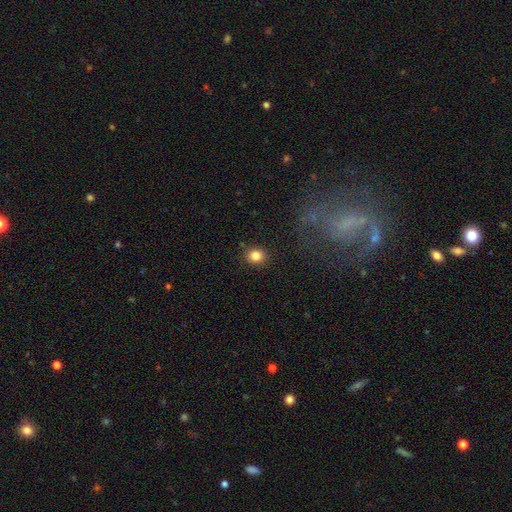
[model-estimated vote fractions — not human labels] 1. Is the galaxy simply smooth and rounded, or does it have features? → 83% smooth, 12% star or artifact, 5% featured or disk.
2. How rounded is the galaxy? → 81% round, 18% in between, 1% cigar-shaped.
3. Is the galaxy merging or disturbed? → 89% none, 7% minor disturbance, 2% major disturbance, 2% merger.